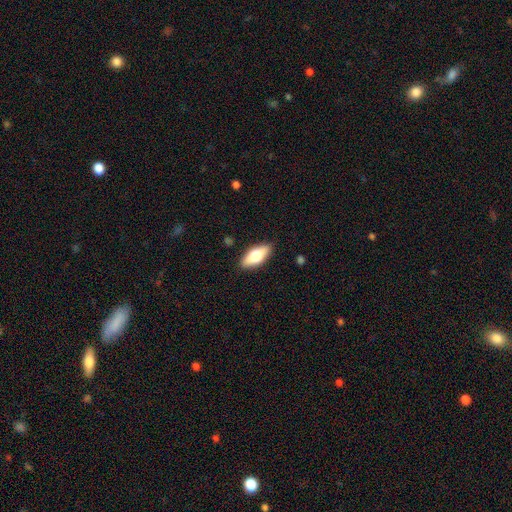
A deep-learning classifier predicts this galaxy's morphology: This is likely a smooth galaxy (64%). How rounded: likely in between (80%). Merging: clearly none (87%).